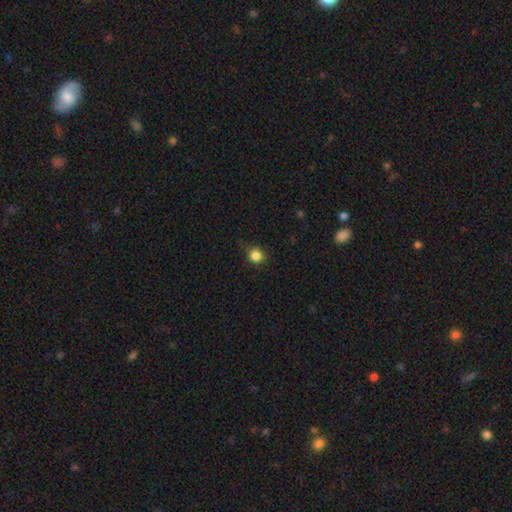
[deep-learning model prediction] A smooth galaxy with no disk features (84%) that is round (91%). Merging: none (71%).